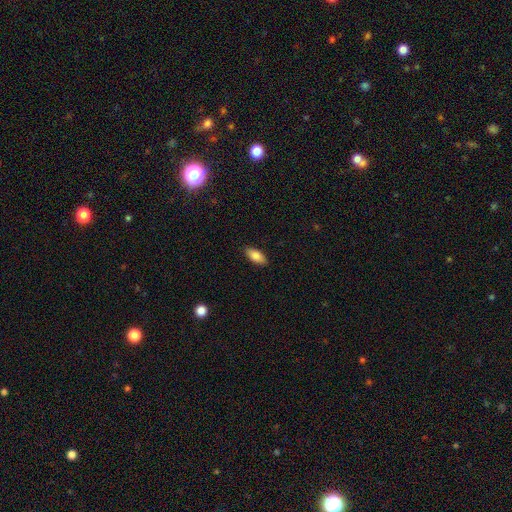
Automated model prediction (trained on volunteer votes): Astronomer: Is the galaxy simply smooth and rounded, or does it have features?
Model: smooth — 83%.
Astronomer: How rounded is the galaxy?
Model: in between — 87%.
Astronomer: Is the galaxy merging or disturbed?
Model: none — 88%.